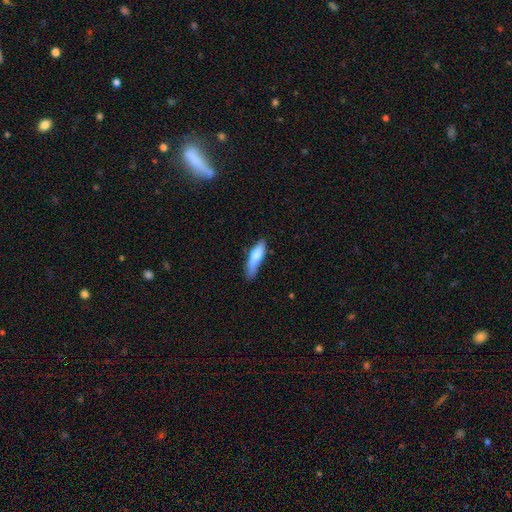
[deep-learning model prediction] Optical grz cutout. It shows a smooth galaxy with no disk features (74%) that is cigar-shaped (66%). Merging: none (61%).